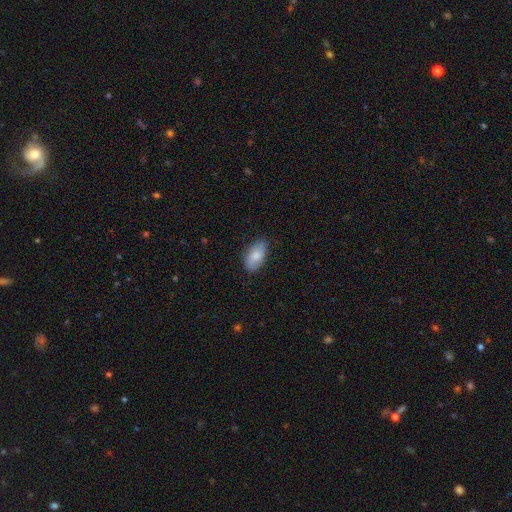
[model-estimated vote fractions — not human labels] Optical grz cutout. It shows a smooth galaxy with no disk features (83%) that is in between round and cigar-shaped (94%). Merging: none (81%).